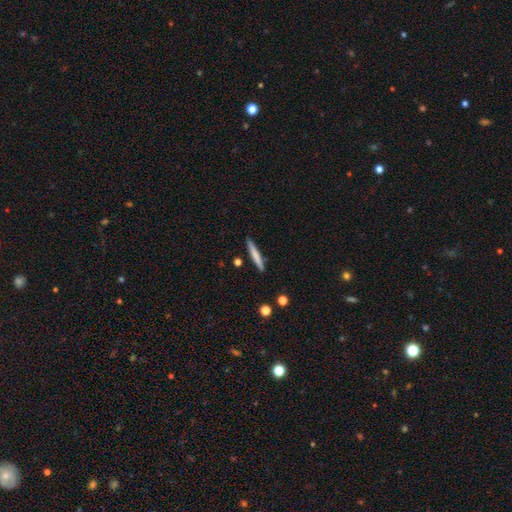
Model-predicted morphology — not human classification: A smooth galaxy with no disk features (69%) that is cigar-shaped (95%). Merging: none (89%).